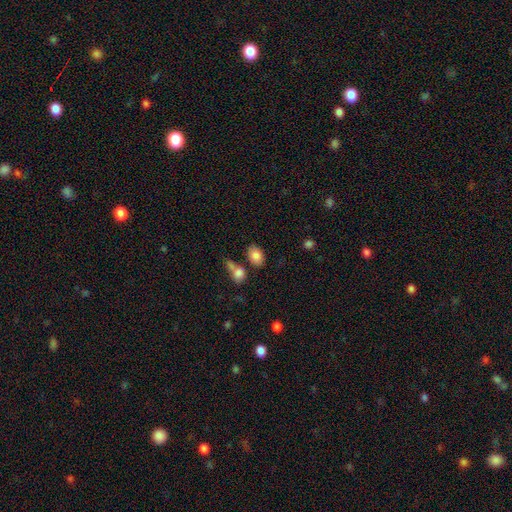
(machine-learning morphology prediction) This is clearly a smooth galaxy (84%). How rounded: clearly in between (82%). Merging: likely none (67%).